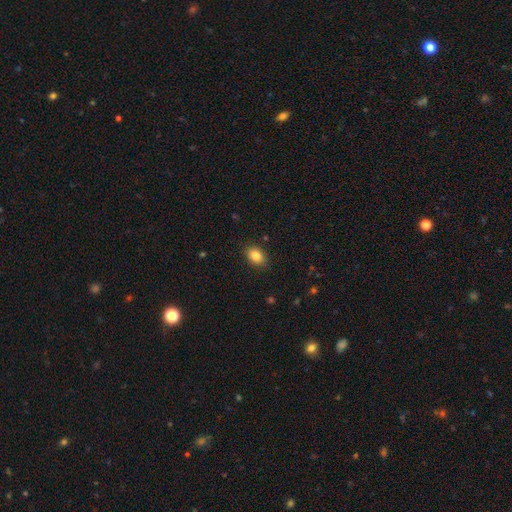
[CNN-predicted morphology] type=smooth (85%); roundness=in between (76%); merging=none (87%).